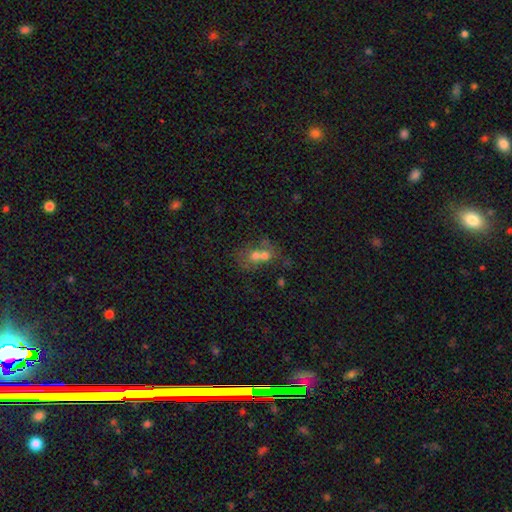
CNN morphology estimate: Smooth or featured? Predicted: smooth (p=0.58). How rounded? Predicted: round (p=0.63). Merging? Predicted: merger (p=0.69).